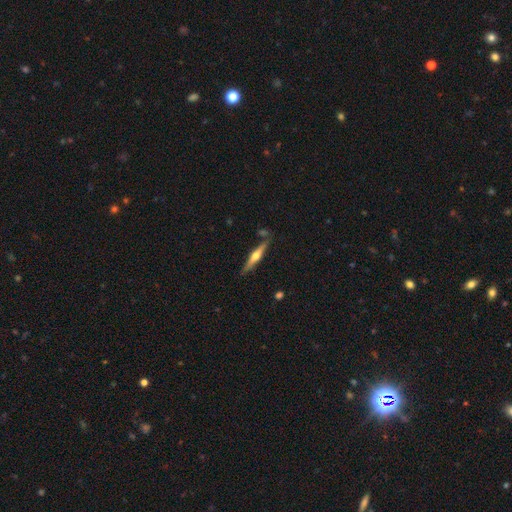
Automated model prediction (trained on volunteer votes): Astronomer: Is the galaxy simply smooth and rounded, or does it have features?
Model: featured or disk — 65%.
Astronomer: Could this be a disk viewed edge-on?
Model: yes — 96%.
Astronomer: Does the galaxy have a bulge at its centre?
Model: rounded — 92%.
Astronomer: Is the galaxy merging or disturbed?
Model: none — 82%.